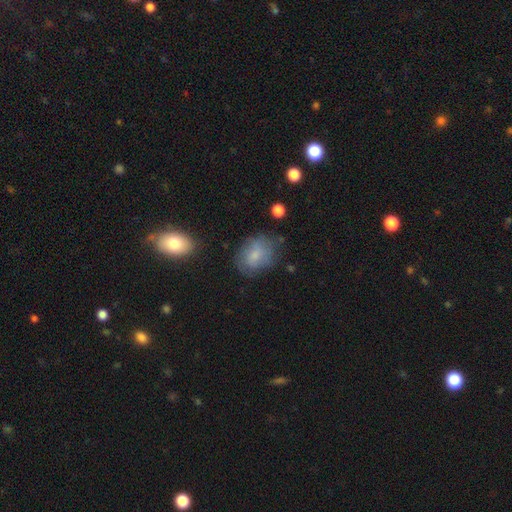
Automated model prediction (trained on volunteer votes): A smooth galaxy with no disk features (71%) that is in between round and cigar-shaped (63%). Merging: none (60%).